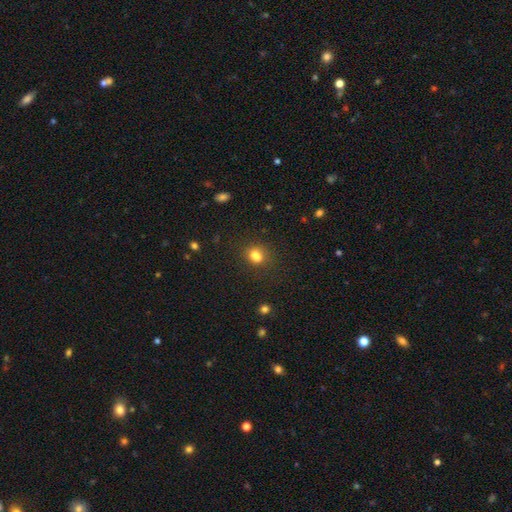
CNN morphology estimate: smooth 79%, star or artifact 13%, featured or disk 7%. Down the decision tree: how rounded — round (55%); merging — none (64%).